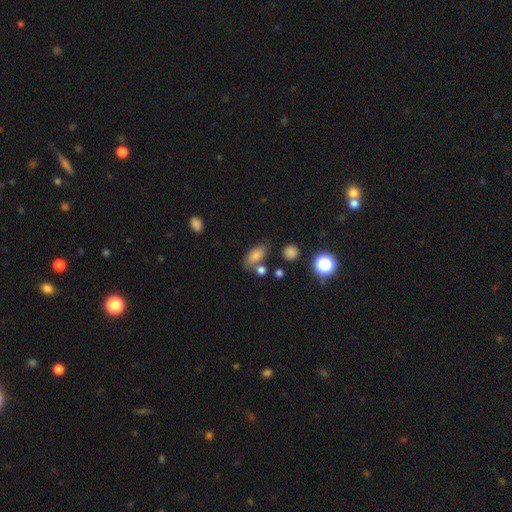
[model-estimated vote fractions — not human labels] Q: Smooth or featured?
A: smooth (79%); runner-up: featured or disk (11%)
Q: How rounded?
A: in between (86%); runner-up: round (7%)
Q: Merging?
A: none (61%); runner-up: minor disturbance (17%)